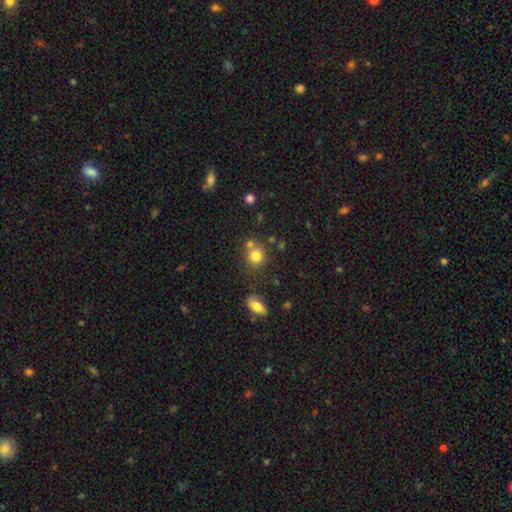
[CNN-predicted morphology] The model was most divided on "merging": none: 62%, merger: 23%, minor disturbance: 11%, major disturbance: 4%. More confident: how rounded — round (85%); smooth or featured — smooth (80%).